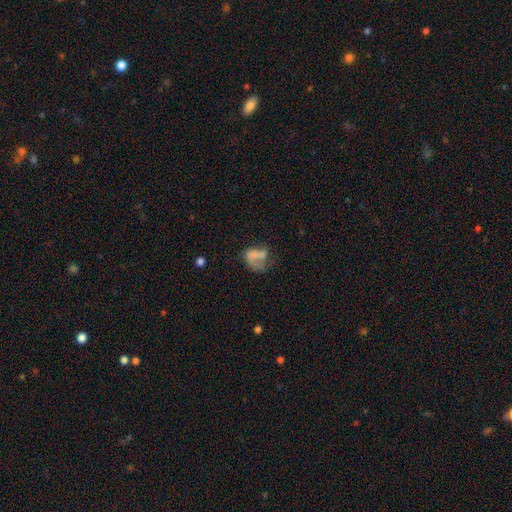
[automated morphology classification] smooth 51%, featured or disk 38%, star or artifact 12%. Down the decision tree: how rounded — in between (69%); merging — major disturbance (48%).